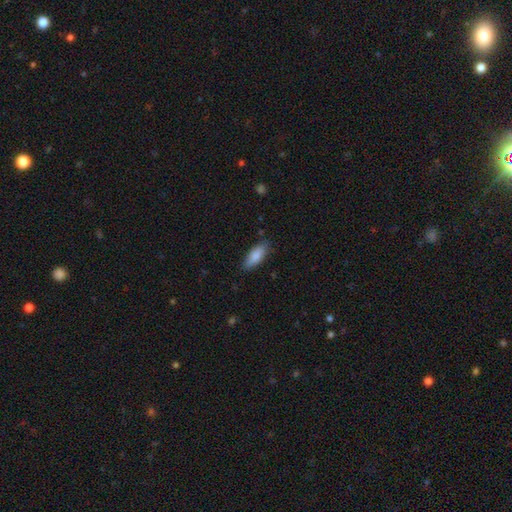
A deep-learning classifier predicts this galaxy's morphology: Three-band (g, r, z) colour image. It shows a smooth galaxy with no disk features (87%) that is in between round and cigar-shaped (75%). Merging: none (81%).